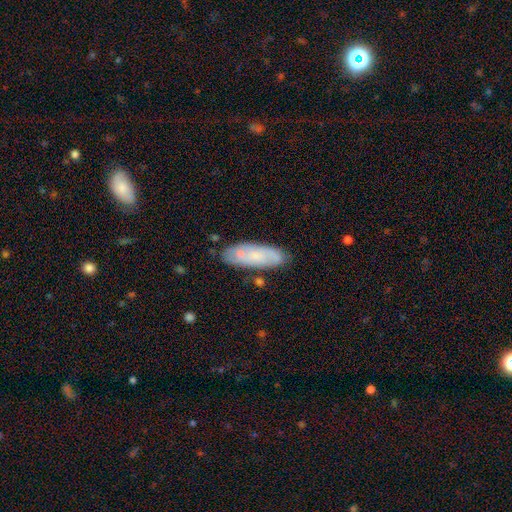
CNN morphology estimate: Smooth or featured: smooth — 52% (featured or disk — 41%)
How rounded: in between — 63% (cigar-shaped — 35%)
Merging: none — 77% (minor disturbance — 16%)